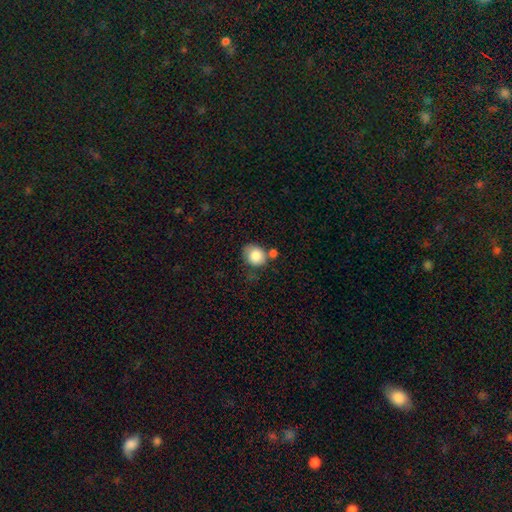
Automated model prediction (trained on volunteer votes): This appears to be a smooth galaxy with no disk features (85%) that is round (63%). Merging: none (53%).